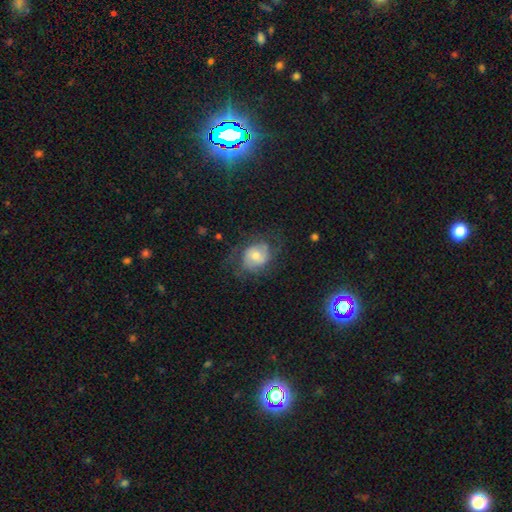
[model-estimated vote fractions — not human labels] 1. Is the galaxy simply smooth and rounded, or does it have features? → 56% featured or disk, 34% smooth, 10% star or artifact.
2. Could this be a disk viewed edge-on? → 97% no, 3% yes.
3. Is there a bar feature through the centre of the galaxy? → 63% no, 30% weak, 7% strong.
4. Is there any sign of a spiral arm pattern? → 77% yes, 23% no.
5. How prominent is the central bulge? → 57% moderate, 34% small, 6% large, 2% none, 1% dominant.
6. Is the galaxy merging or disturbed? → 59% none, 21% minor disturbance, 18% major disturbance, 1% merger.